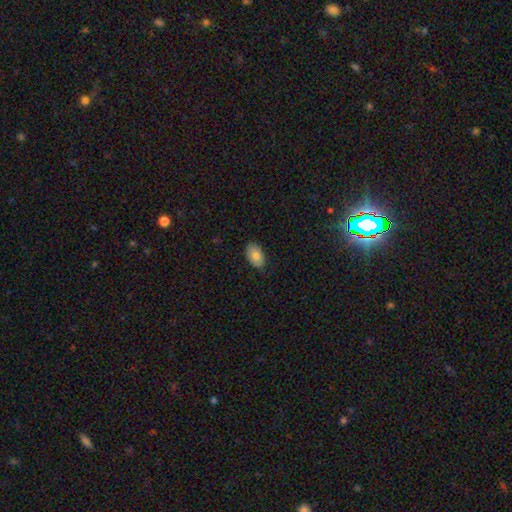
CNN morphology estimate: Q: Smooth or featured?
A: smooth (81%); runner-up: featured or disk (12%)
Q: How rounded?
A: in between (93%); runner-up: round (6%)
Q: Merging?
A: none (85%); runner-up: minor disturbance (12%)